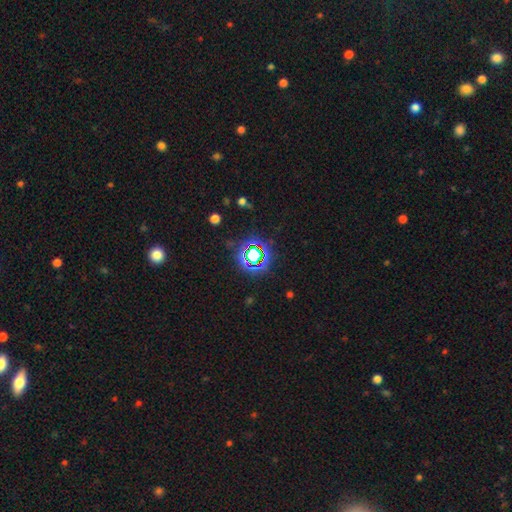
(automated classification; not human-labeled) A star or artifact, not a galaxy (72%).